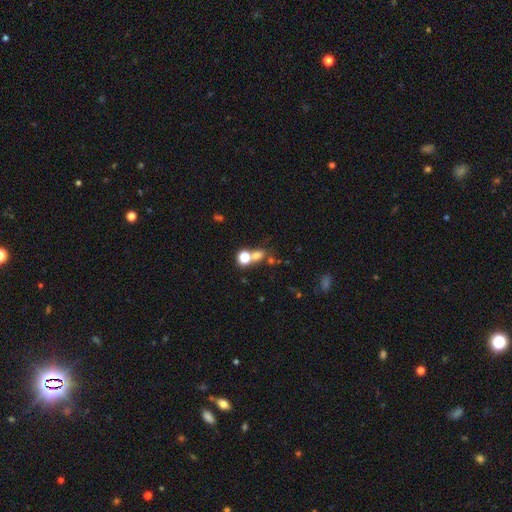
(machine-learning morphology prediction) Smooth or featured?
  - smooth: 67% *
  - star or artifact: 21%
  - featured or disk: 12%
How rounded?
  - round: 62% *
  - in between: 36%
  - cigar-shaped: 2%
Merging?
  - merger: 44% *
  - none: 42%
  - minor disturbance: 8%
  - major disturbance: 6%